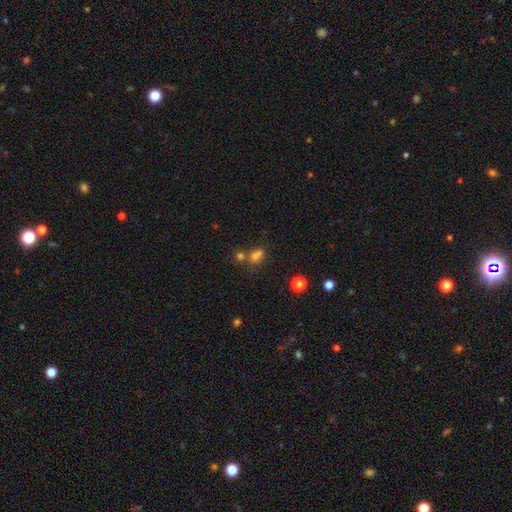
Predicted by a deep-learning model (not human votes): A smooth galaxy with no disk features (65%) that is round (57%).

Vote fractions:
- Smooth or featured? smooth: 65% / star or artifact: 22% / featured or disk: 13%
- How rounded? round: 57% / in between: 41% / cigar-shaped: 2%
- Merging? merger: 48% / none: 38% / minor disturbance: 9% / major disturbance: 5%